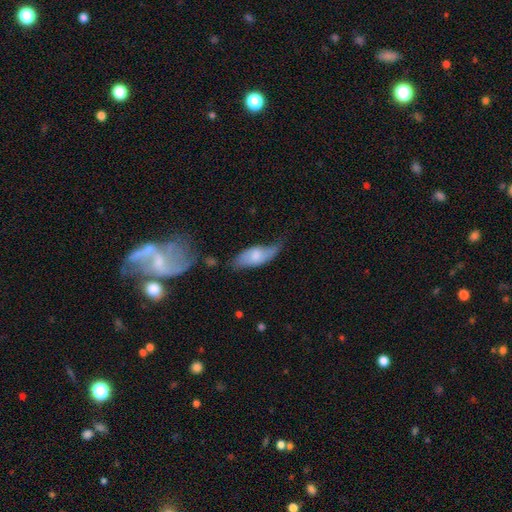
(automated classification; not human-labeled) Morphology: type=smooth (61%); roundness=in between (82%); merging=none (39%).